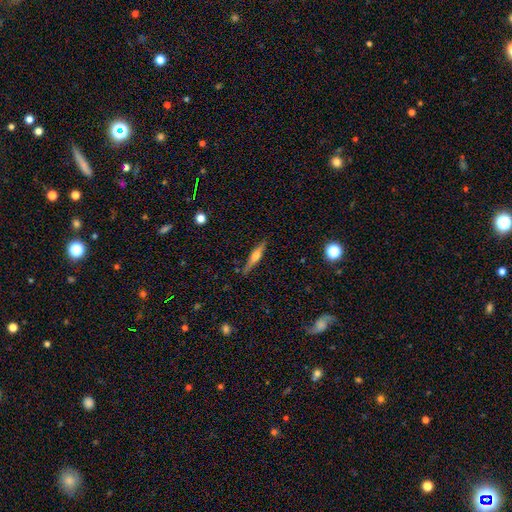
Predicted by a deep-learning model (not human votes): smooth_or_featured: featured or disk (p=0.61) [alt: smooth p=0.33]
disk_edge_on: yes (p=0.96) [alt: no p=0.04]
edge_on_bulge: rounded (p=0.78) [alt: boxy p=0.15]
merging: none (p=0.85) [alt: minor disturbance p=0.11]